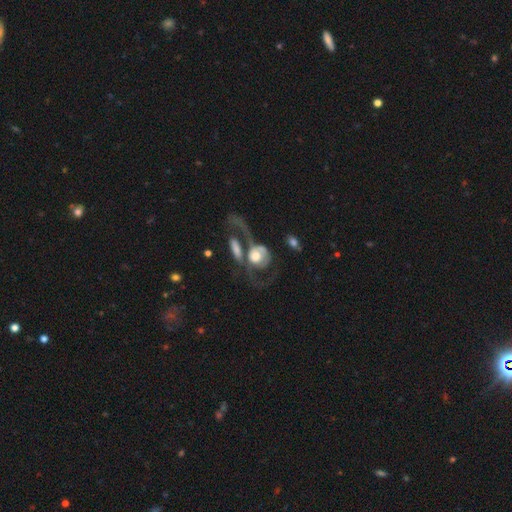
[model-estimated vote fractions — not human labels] Smooth or featured? featured or disk (53%)
Edge-on disk? no (93%)
Merging? merger (43%)